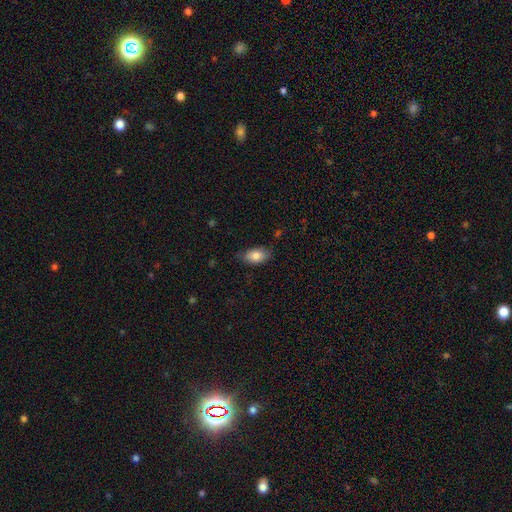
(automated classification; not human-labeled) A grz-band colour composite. It shows a smooth galaxy with no disk features (84%) that is in between round and cigar-shaped (91%). Merging: none (75%).